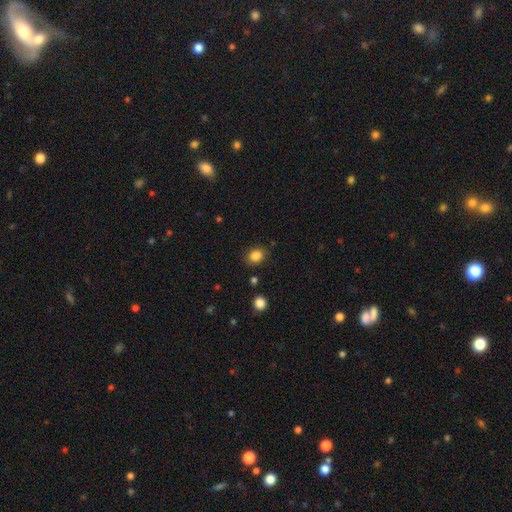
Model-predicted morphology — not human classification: smooth_or_featured: smooth (p=0.85) [alt: star or artifact p=0.11]
how_rounded: round (p=0.55) [alt: in between p=0.44]
merging: none (p=0.84) [alt: minor disturbance p=0.11]